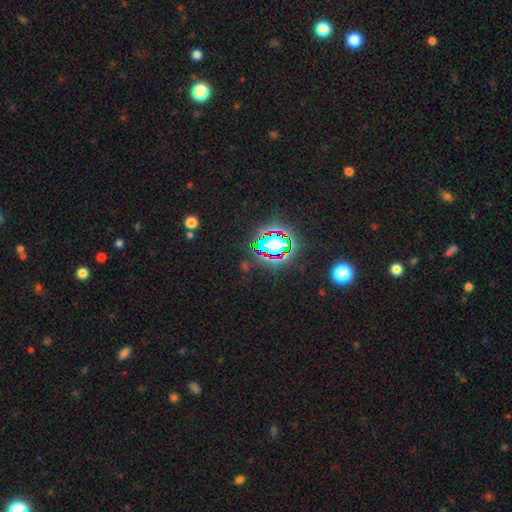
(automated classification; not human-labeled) This is clearly a star or artifact rather than a galaxy (82%).